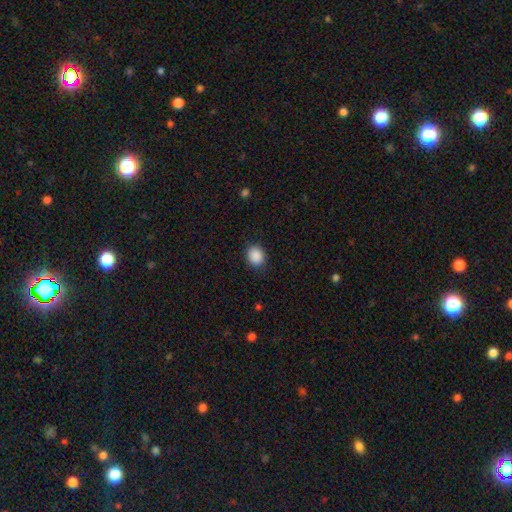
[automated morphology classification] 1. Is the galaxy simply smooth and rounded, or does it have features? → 89% smooth, 8% star or artifact, 3% featured or disk.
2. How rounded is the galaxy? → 69% round, 30% in between, 1% cigar-shaped.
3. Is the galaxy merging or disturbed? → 88% none, 9% minor disturbance, 3% major disturbance, 1% merger.